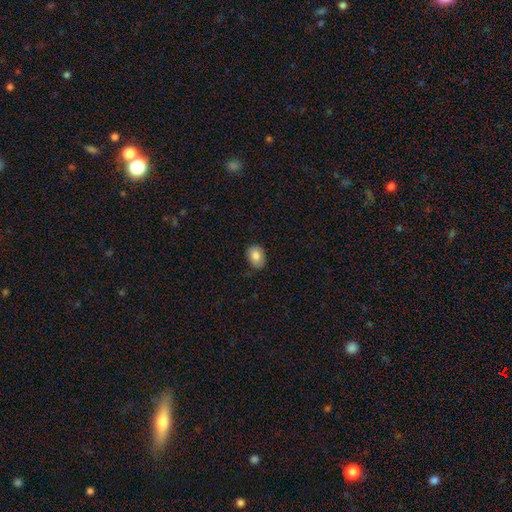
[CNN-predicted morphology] Overall: smooth (83%). How rounded: in between (72%). Merging: none (82%).